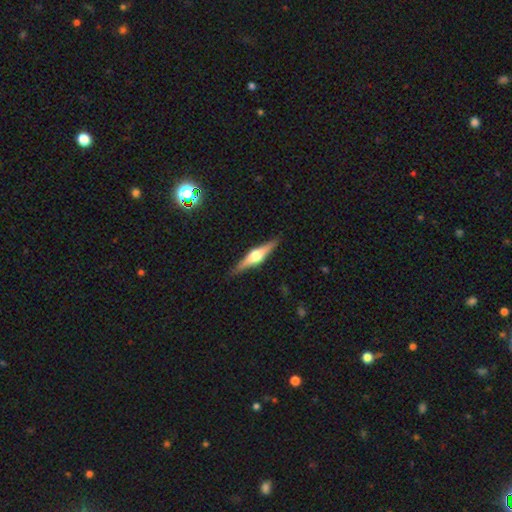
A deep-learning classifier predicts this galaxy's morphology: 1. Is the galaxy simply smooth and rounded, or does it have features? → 74% featured or disk, 20% smooth, 6% star or artifact.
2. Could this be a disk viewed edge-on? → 98% yes, 2% no.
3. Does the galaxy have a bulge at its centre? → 94% rounded, 5% boxy, 2% none.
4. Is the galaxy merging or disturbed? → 90% none, 7% minor disturbance, 2% major disturbance, 1% merger.